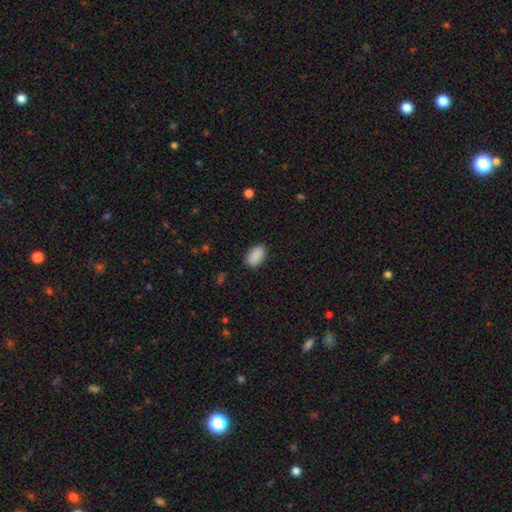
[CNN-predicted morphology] Smooth or featured? Predicted: smooth (p=0.90). How rounded? Predicted: in between (p=0.92). Merging? Predicted: none (p=0.87).